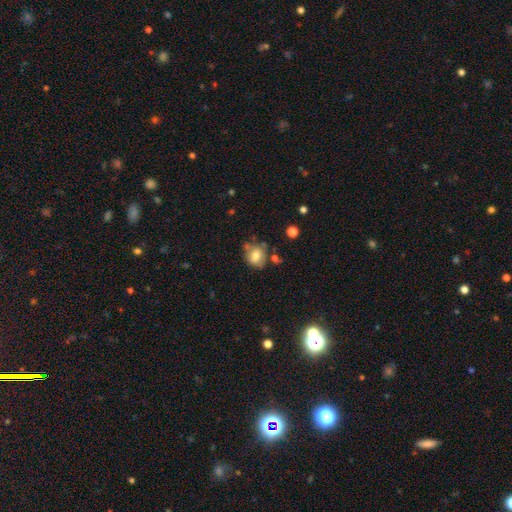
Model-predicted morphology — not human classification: type=smooth (73%); roundness=round (64%); merging=none (59%).